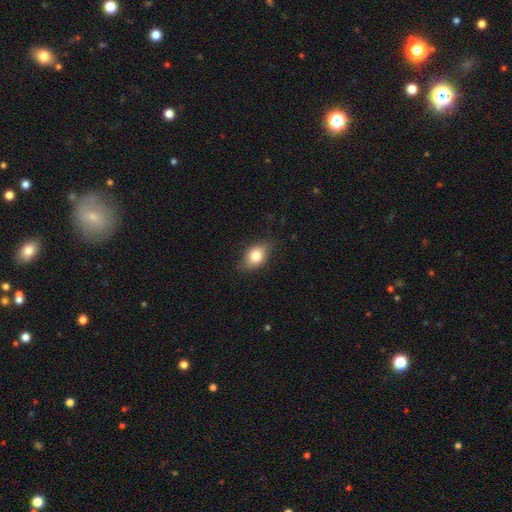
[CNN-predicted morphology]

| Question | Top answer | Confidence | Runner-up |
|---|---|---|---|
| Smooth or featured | smooth | 76% | featured or disk (15%) |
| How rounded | in between | 78% | round (19%) |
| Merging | none | 77% | minor disturbance (18%) |